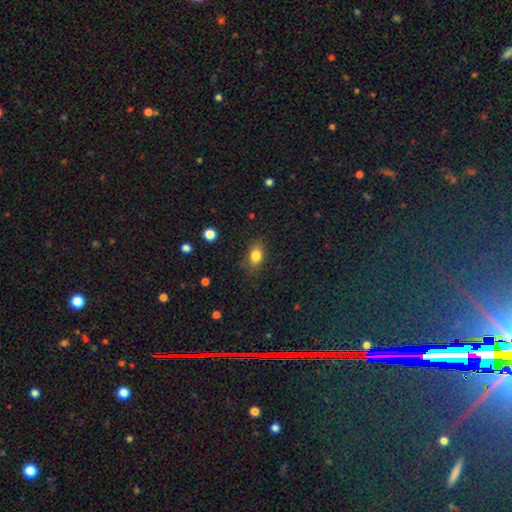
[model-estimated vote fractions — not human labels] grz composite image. It shows a smooth galaxy with no disk features (83%) that is in between round and cigar-shaped (77%). Merging: none (81%).